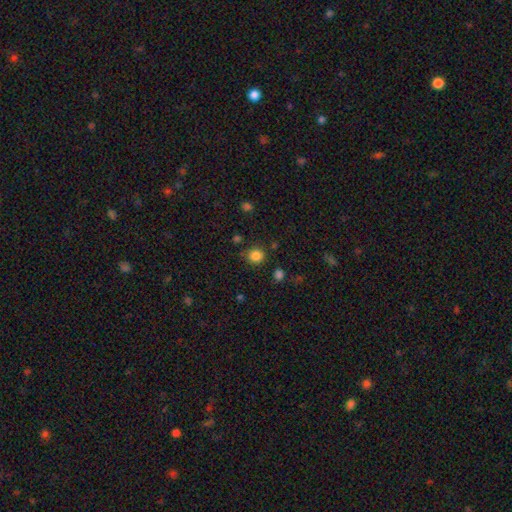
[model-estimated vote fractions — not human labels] This appears to be a smooth galaxy with no disk features (84%) that is round (87%). Merging: none (83%).